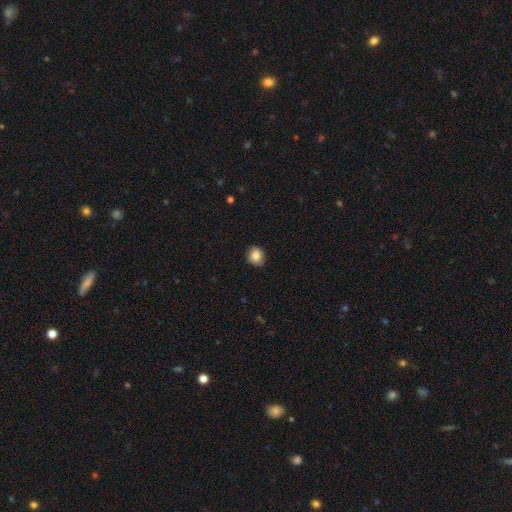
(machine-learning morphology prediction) Smooth or featured? Predicted: smooth (p=0.84). How rounded? Predicted: round (p=0.77). Merging? Predicted: none (p=0.84).